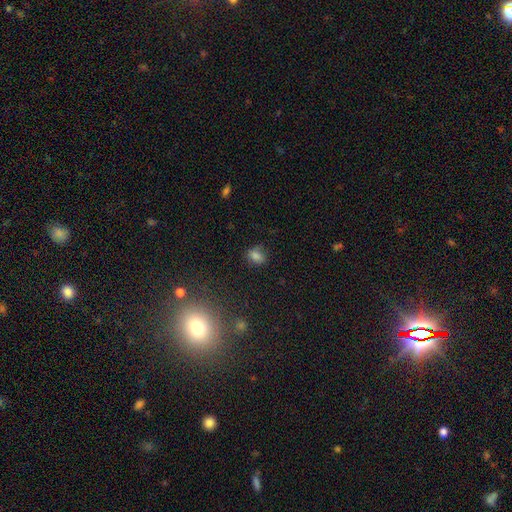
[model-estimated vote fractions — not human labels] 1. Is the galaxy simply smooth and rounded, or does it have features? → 78% smooth, 16% star or artifact, 6% featured or disk.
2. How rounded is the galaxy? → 65% in between, 33% round, 2% cigar-shaped.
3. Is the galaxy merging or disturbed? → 72% none, 20% minor disturbance, 5% major disturbance, 3% merger.